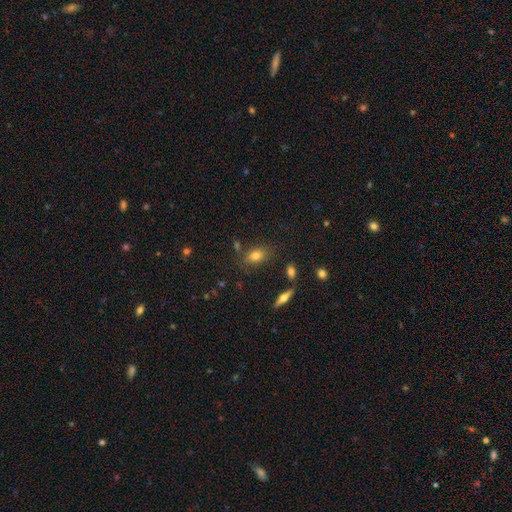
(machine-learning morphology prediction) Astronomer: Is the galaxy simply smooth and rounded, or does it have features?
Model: smooth — 75%.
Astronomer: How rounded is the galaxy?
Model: in between — 79%.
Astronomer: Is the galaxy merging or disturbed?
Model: none — 74%.